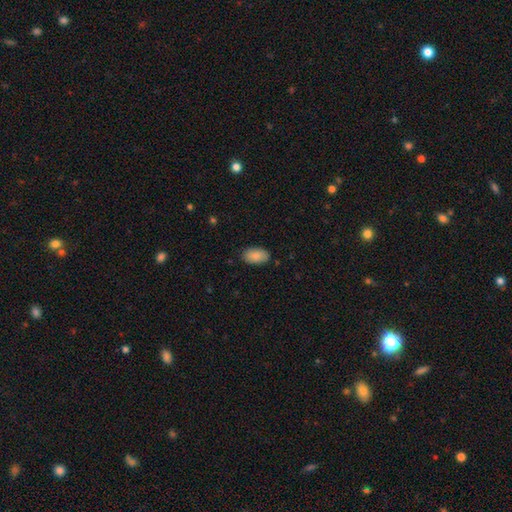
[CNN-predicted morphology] Smooth or featured: smooth — 89% (star or artifact — 6%)
How rounded: in between — 95% (round — 4%)
Merging: none — 85% (minor disturbance — 11%)